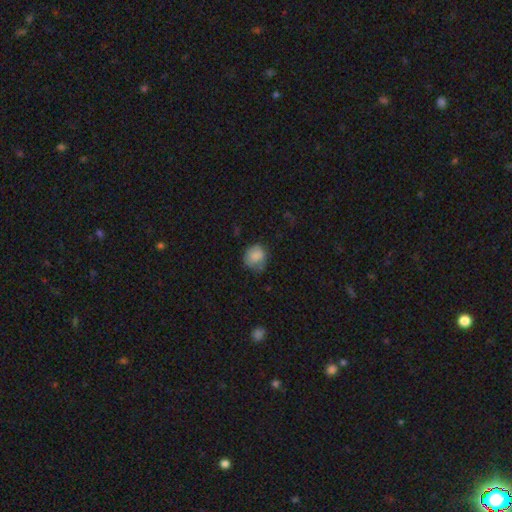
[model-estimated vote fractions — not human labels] smooth 81%, featured or disk 10%, star or artifact 9%. Down the decision tree: how rounded — round (72%); merging — none (55%).